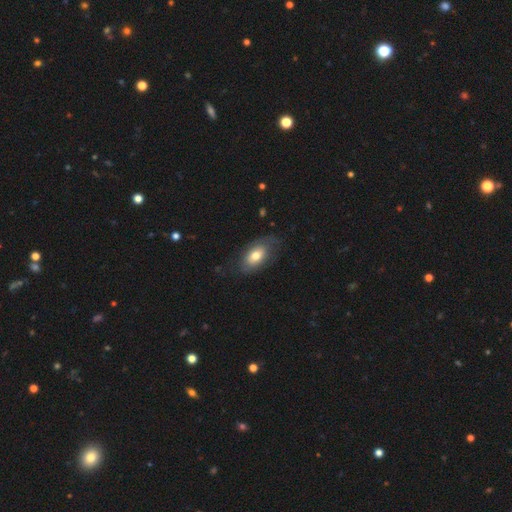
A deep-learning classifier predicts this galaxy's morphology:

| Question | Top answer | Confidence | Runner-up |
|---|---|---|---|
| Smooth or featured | smooth | 65% | featured or disk (29%) |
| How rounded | in between | 90% | round (6%) |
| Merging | none | 67% | minor disturbance (23%) |